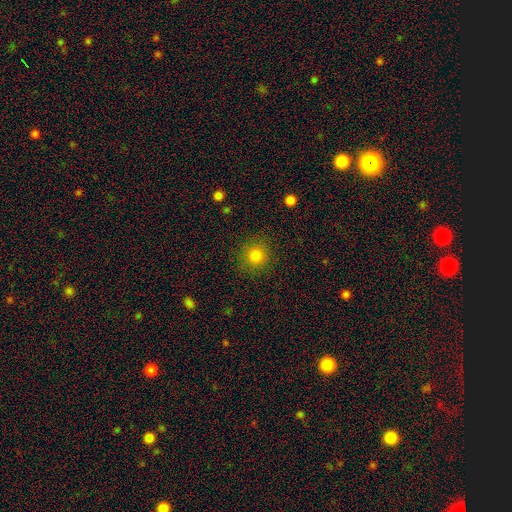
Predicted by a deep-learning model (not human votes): Q: Smooth or featured?
A: smooth (83%); runner-up: star or artifact (12%)
Q: How rounded?
A: round (92%); runner-up: in between (7%)
Q: Merging?
A: none (88%); runner-up: minor disturbance (8%)